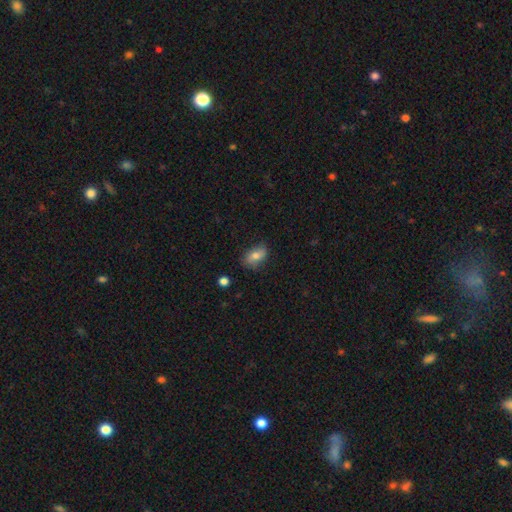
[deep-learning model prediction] A smooth galaxy with no disk features (74%) that is in between round and cigar-shaped (87%). Merging: none (74%).